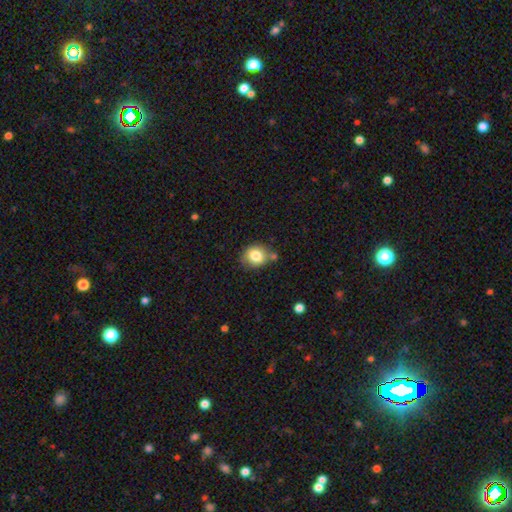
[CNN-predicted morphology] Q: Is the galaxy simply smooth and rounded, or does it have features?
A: smooth — 80%.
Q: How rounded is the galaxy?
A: round — 64%.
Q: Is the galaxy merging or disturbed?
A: none — 67%.